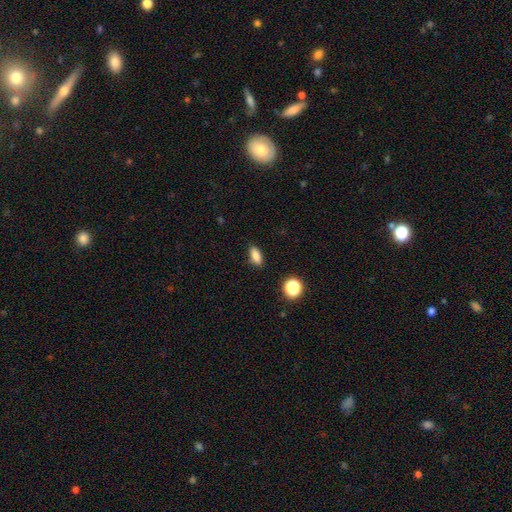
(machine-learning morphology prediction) smooth-or-featured: smooth: 85% | star or artifact: 10% | featured or disk: 5%
  how-rounded: in between: 80% | cigar-shaped: 14% | round: 6%
  merging: none: 86% | minor disturbance: 10% | major disturbance: 2% | merger: 1%